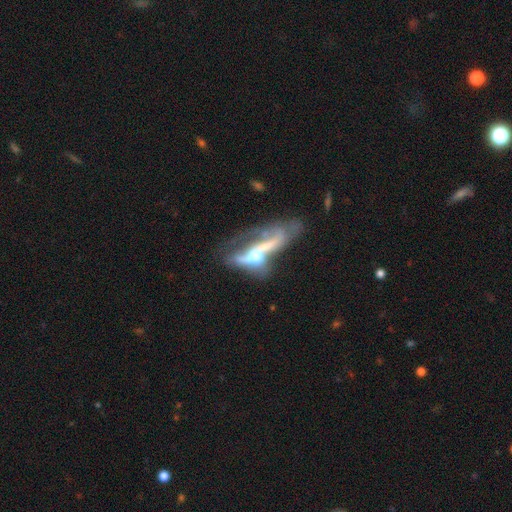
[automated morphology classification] The model was most divided on "merging": merger: 42%, major disturbance: 32%, none: 15%, minor disturbance: 10%. More confident: edge-on disk — no (67%); smooth or featured — featured or disk (66%).